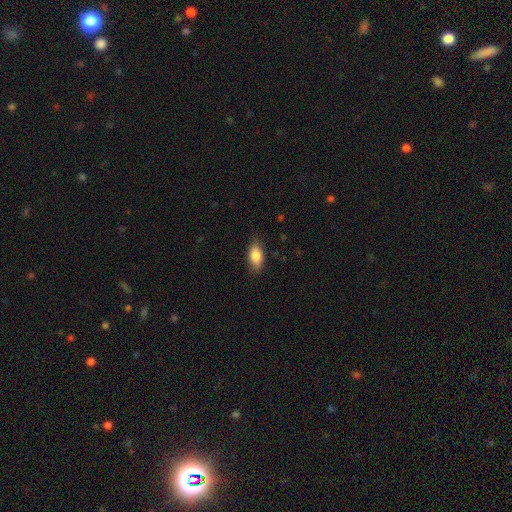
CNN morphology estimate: This is clearly a smooth galaxy (83%). How rounded: clearly in between (88%). Merging: clearly none (83%).